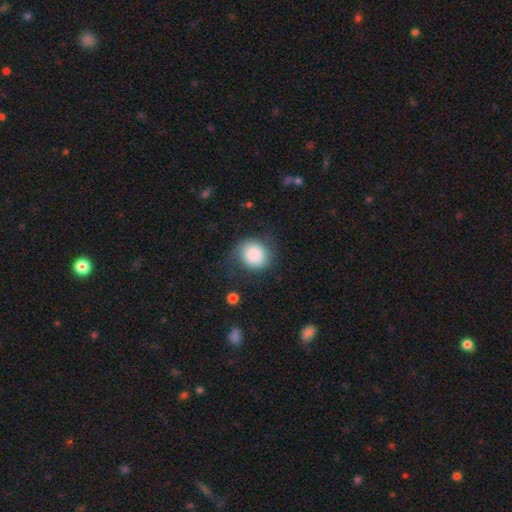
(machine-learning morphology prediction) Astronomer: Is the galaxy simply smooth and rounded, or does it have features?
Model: smooth — 80%.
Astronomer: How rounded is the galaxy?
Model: round — 82%.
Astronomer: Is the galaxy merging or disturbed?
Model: none — 64%.